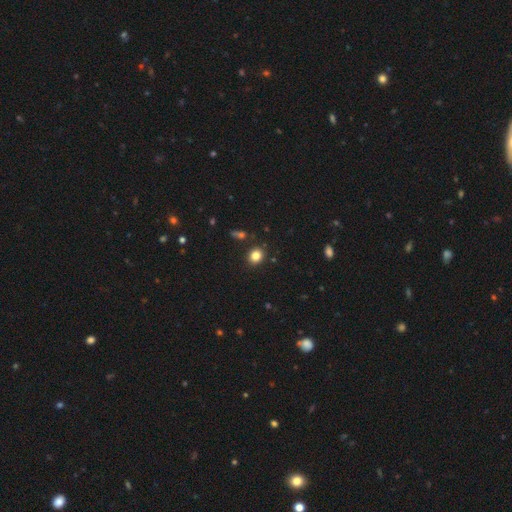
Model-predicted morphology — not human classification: A smooth galaxy with no disk features (83%) that is round (67%). Merging: none (86%).